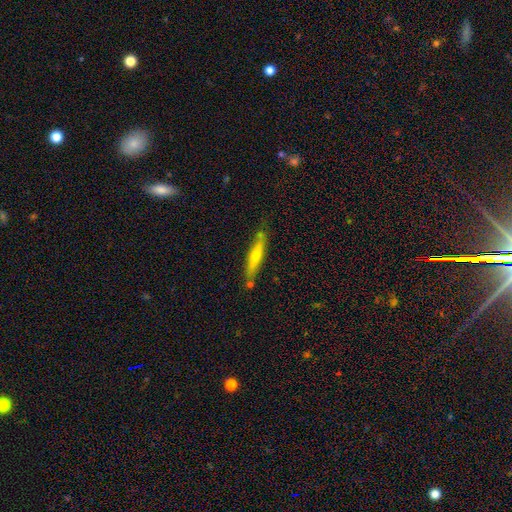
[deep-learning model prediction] Smooth or featured: featured or disk — 52% (smooth — 42%)
Edge-on disk: yes — 89% (no — 11%)
Merging: none — 75% (minor disturbance — 16%)